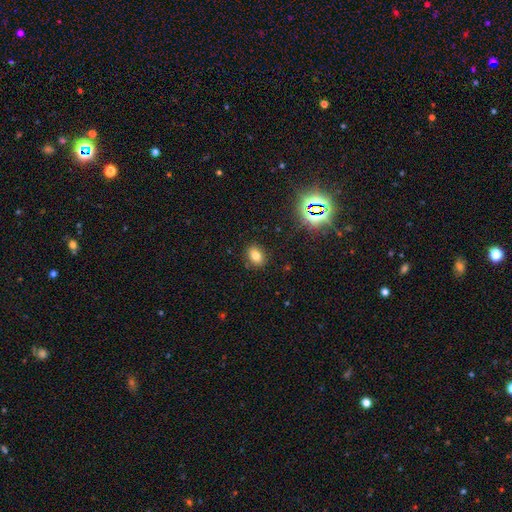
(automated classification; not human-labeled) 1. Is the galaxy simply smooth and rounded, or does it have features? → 75% smooth, 15% star or artifact, 9% featured or disk.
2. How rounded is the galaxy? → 71% in between, 28% round, 1% cigar-shaped.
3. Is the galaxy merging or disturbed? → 87% none, 9% minor disturbance, 3% major disturbance, 2% merger.